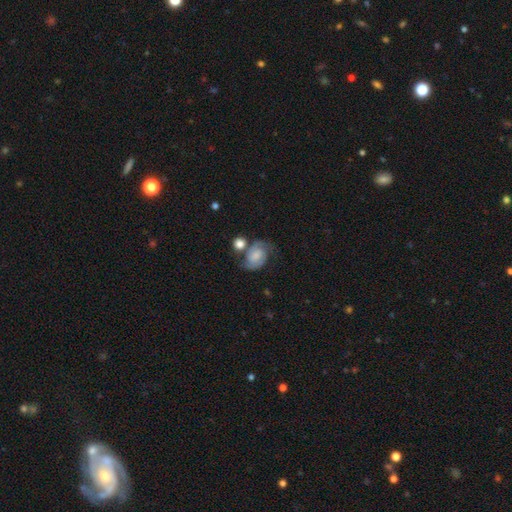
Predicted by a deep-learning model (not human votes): Smooth or featured? featured or disk (71%)
Edge-on disk? no (98%)
Bar? no (57%)
Spiral arms? yes (95%)
Spiral winding? medium (50%)
Spiral arm count? 2 (90%)
Bulge size? none (32%)
Merging? none (54%)